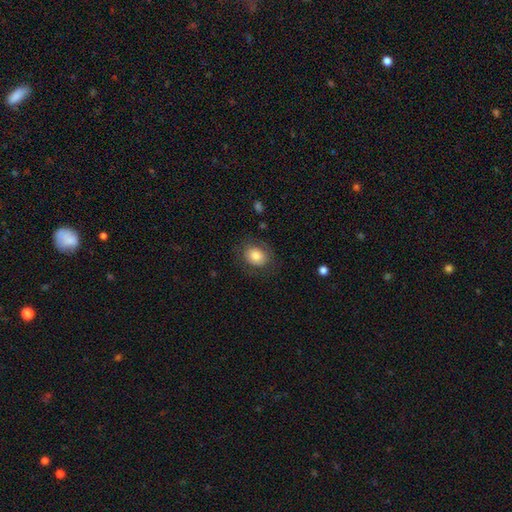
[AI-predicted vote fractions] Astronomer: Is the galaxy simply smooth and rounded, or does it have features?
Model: smooth — 80%.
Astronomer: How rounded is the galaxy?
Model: round — 53% (runner-up: in between, 47%).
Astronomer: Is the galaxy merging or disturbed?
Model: none — 79%.